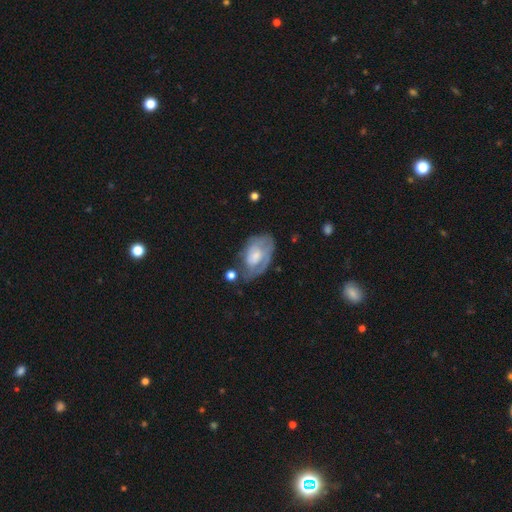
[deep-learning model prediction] featured or disk 59%, smooth 34%, star or artifact 7%. Down the decision tree: edge-on disk — no (95%); bar — no (66%); spiral arms — yes (67%); bulge size — moderate (39%); merging — none (46%).